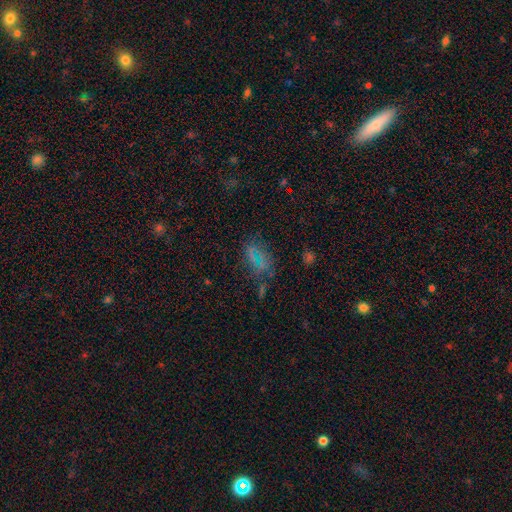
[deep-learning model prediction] Morphology: type=star or artifact (43%).